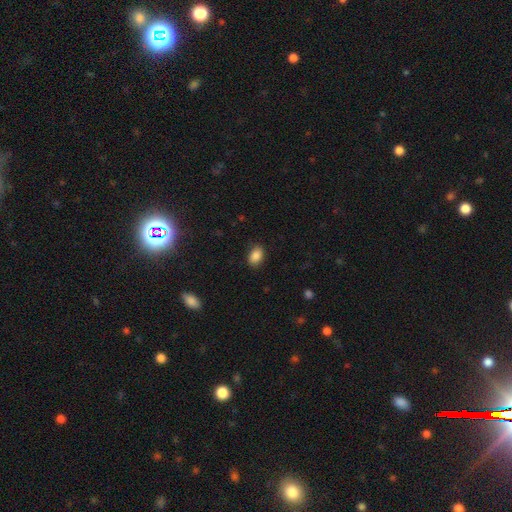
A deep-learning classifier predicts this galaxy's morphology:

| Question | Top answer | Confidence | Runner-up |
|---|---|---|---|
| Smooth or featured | smooth | 87% | star or artifact (9%) |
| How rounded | in between | 80% | round (19%) |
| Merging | none | 84% | minor disturbance (12%) |